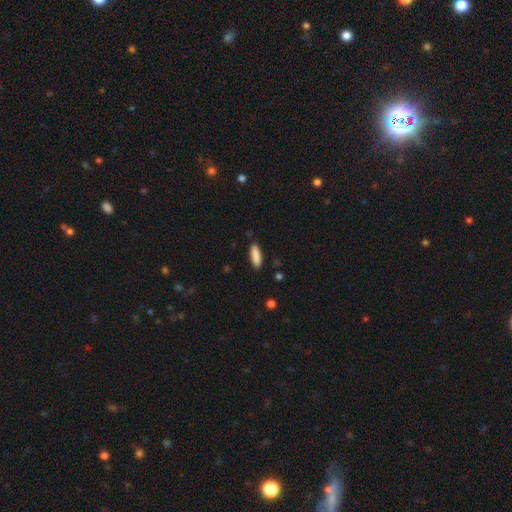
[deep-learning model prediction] A smooth galaxy with no disk features (89%) that is cigar-shaped (52%).

Vote fractions:
- Smooth or featured? smooth: 89% / star or artifact: 6% / featured or disk: 5%
- How rounded? cigar-shaped: 52% / in between: 47% / round: 2%
- Merging? none: 88% / minor disturbance: 9% / major disturbance: 2% / merger: 1%